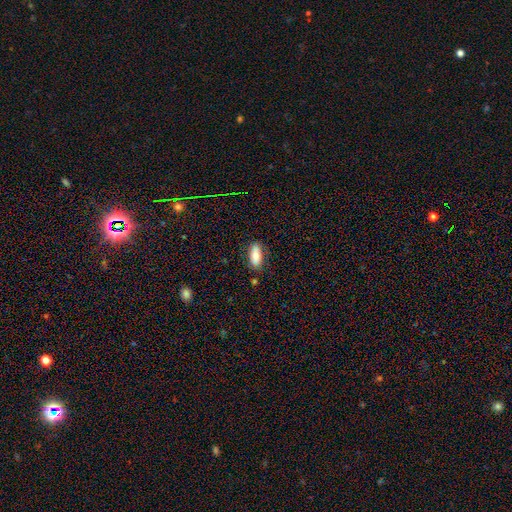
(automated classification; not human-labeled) smooth-or-featured: smooth: 73% | featured or disk: 20% | star or artifact: 8%
  how-rounded: in between: 86% | cigar-shaped: 11% | round: 3%
  merging: none: 79% | minor disturbance: 16% | major disturbance: 4% | merger: 2%